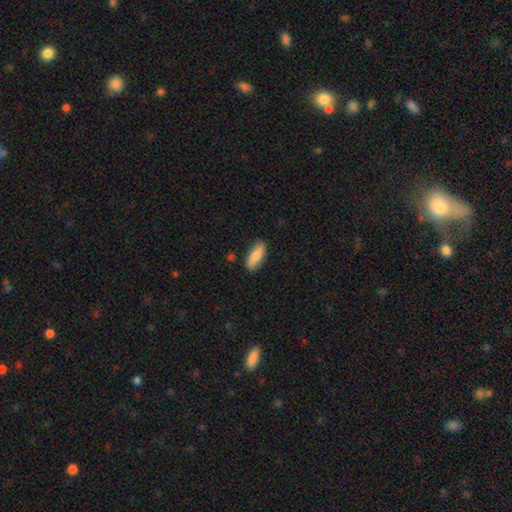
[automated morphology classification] Smooth or featured? Predicted: smooth (p=0.81). How rounded? Predicted: in between (p=0.68). Merging? Predicted: none (p=0.83).